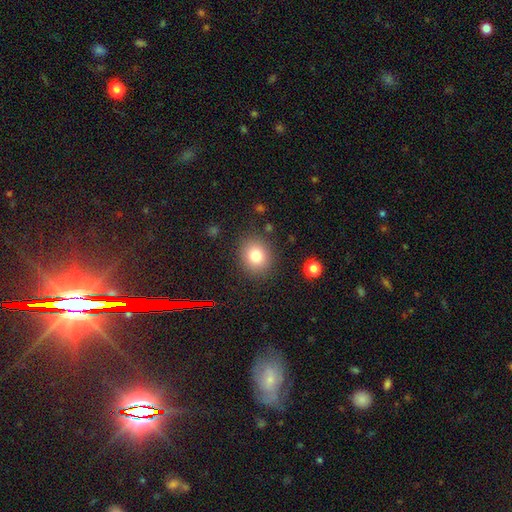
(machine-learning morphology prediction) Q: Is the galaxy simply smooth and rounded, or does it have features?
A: smooth — 80%.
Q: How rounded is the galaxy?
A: round — 73%.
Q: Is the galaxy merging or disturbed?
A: none — 86%.